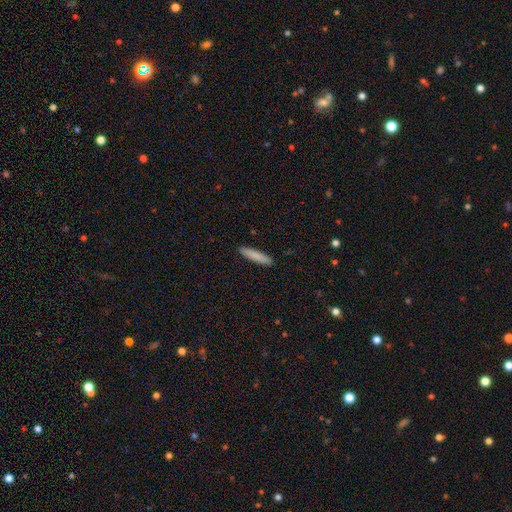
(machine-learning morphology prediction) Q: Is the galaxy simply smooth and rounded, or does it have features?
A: smooth — 85%.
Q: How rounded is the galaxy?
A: cigar-shaped — 85%.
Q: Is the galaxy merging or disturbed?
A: none — 90%.